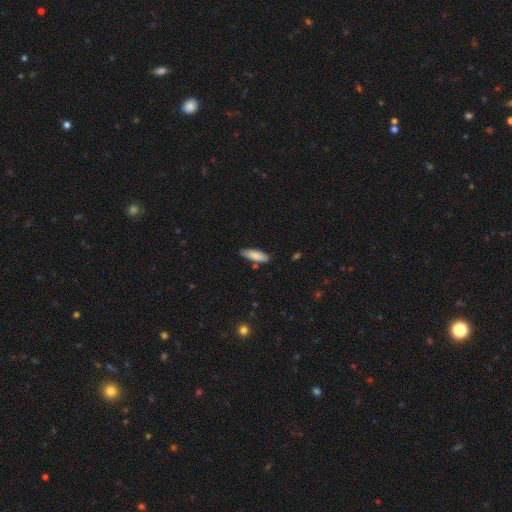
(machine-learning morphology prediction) smooth 85%, featured or disk 9%, star or artifact 6%. Down the decision tree: how rounded — in between (51%); merging — none (82%).